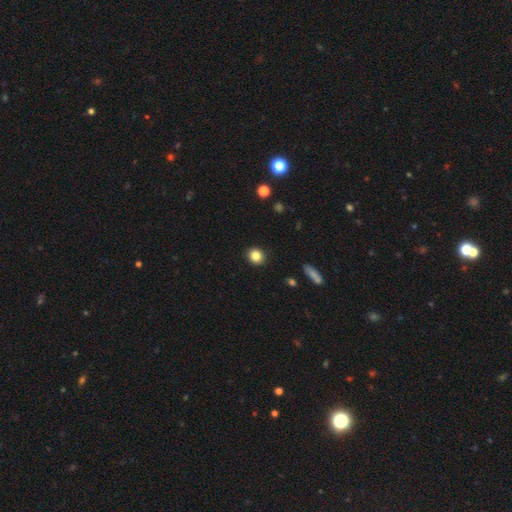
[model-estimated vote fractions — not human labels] Q: Smooth or featured?
A: smooth (84%); runner-up: star or artifact (10%)
Q: How rounded?
A: round (83%); runner-up: in between (16%)
Q: Merging?
A: none (91%); runner-up: minor disturbance (6%)